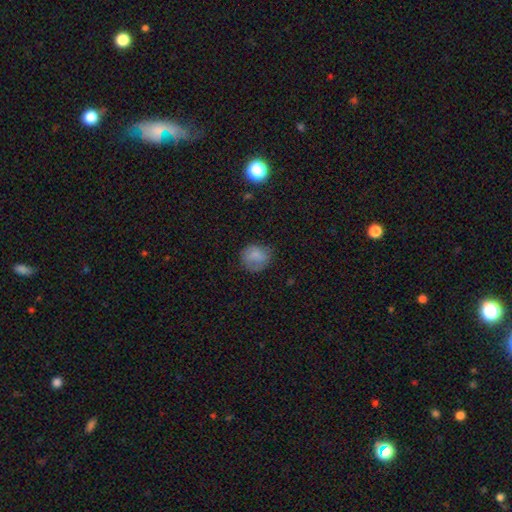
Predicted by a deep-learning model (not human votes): smooth-or-featured: smooth: 76% | featured or disk: 14% | star or artifact: 10%
  how-rounded: round: 77% | in between: 22% | cigar-shaped: 1%
  merging: none: 65% | minor disturbance: 24% | major disturbance: 10% | merger: 1%